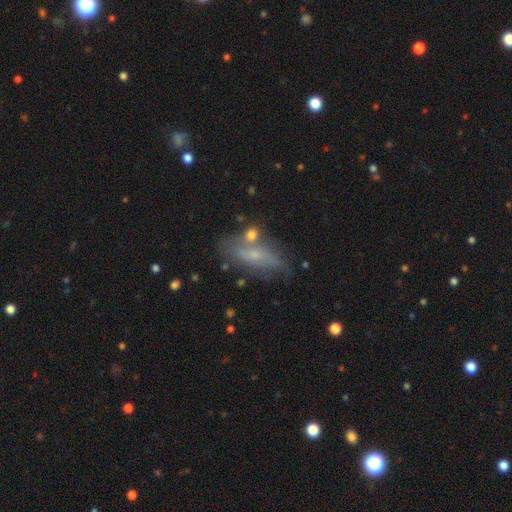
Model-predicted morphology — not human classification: type=featured or disk (46%); merging=none (58%).